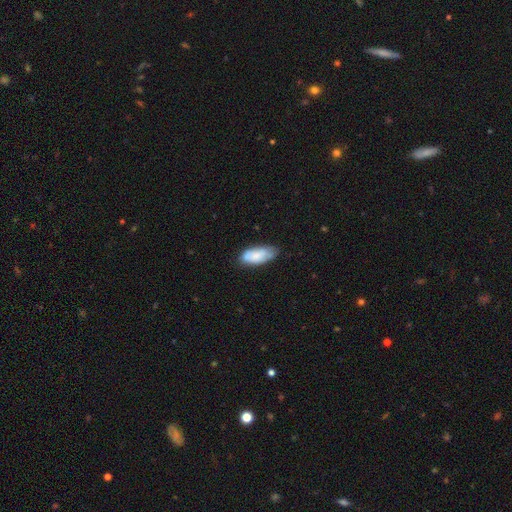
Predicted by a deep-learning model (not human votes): This appears to be a smooth galaxy with no disk features (71%) that is in between round and cigar-shaped (85%). Merging: none (61%).